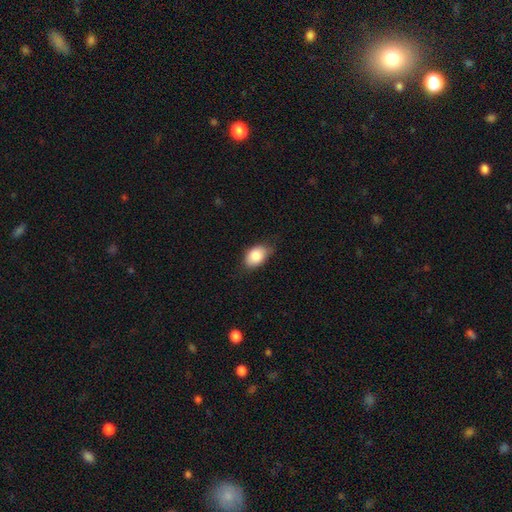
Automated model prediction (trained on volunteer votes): Smooth or featured: smooth — 86% (featured or disk — 7%)
How rounded: in between — 83% (round — 16%)
Merging: none — 66% (minor disturbance — 28%)